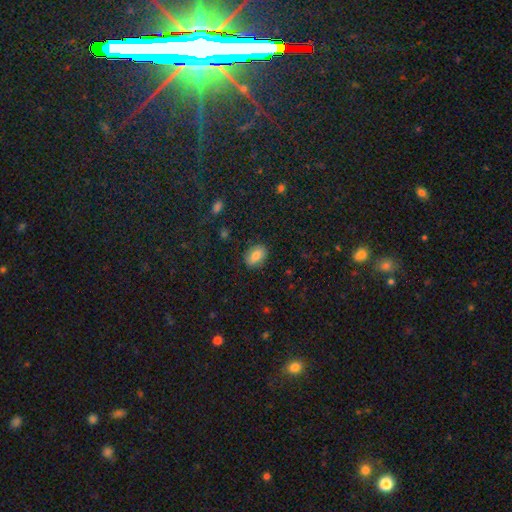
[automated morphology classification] This is clearly a smooth galaxy (80%). How rounded: clearly in between (83%). Merging: clearly none (85%).